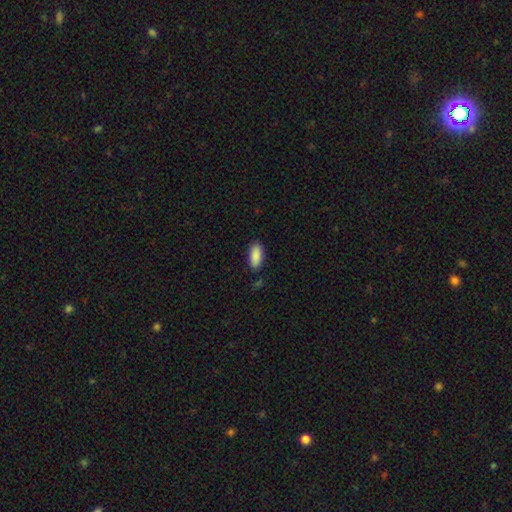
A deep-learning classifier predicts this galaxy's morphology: Smooth or featured? smooth (90%)
How rounded? in between (88%)
Merging? none (85%)